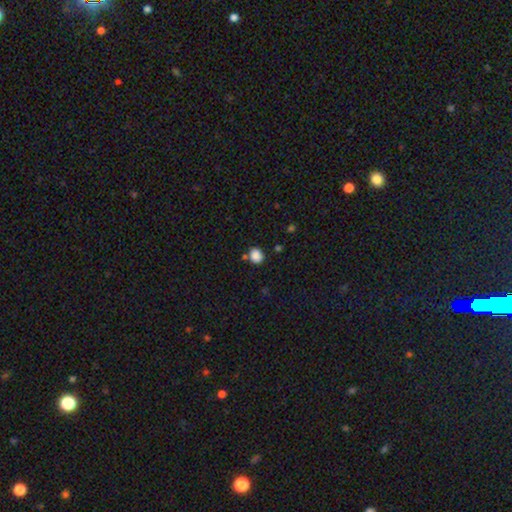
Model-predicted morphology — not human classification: Smooth or featured? Predicted: smooth (p=0.86). How rounded? Predicted: round (p=0.62). Merging? Predicted: none (p=0.71).